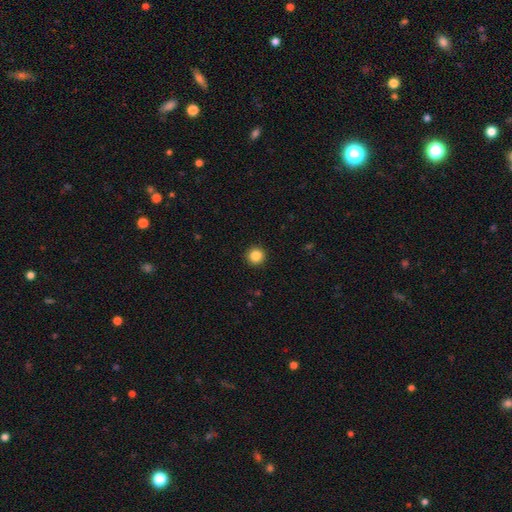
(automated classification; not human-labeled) Overall: smooth (86%). How rounded: round (95%). Merging: none (93%).